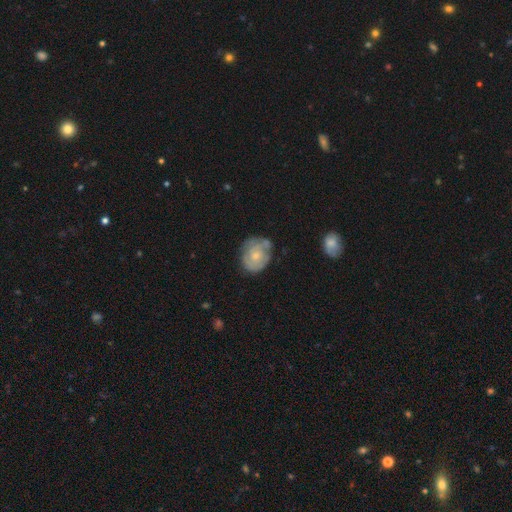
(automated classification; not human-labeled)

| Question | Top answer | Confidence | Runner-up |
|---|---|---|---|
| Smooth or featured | featured or disk | 51% | smooth (42%) |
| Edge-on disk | no | 96% | yes (4%) |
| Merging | none | 59% | minor disturbance (27%) |